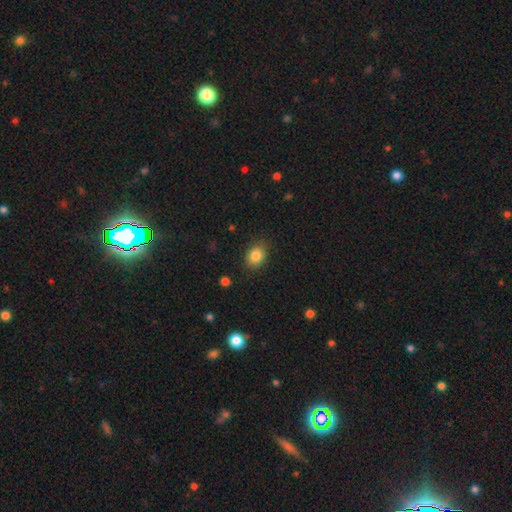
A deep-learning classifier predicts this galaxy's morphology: smooth 84%, star or artifact 9%, featured or disk 6%. Down the decision tree: how rounded — in between (61%); merging — none (85%).